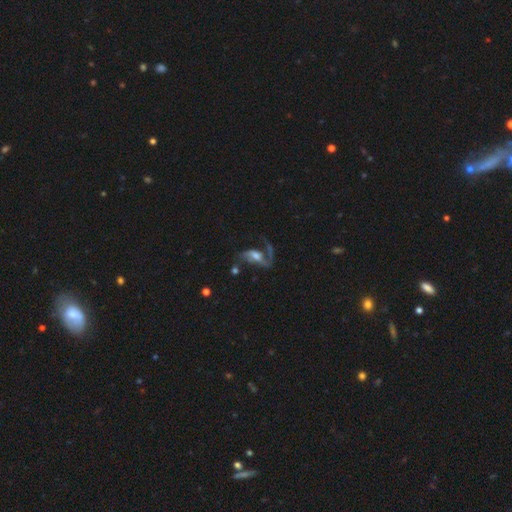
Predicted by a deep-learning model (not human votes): Q: Smooth or featured?
A: featured or disk (78%); runner-up: smooth (15%)
Q: Edge-on disk?
A: no (94%); runner-up: yes (6%)
Q: Bar?
A: weak (39%); runner-up: no (36%)
Q: Spiral arms?
A: yes (90%); runner-up: no (10%)
Q: Spiral winding?
A: loose (64%); runner-up: medium (29%)
Q: Spiral arm count?
A: 2 (59%); runner-up: 1 (35%)
Q: Bulge size?
A: moderate (52%); runner-up: small (24%)
Q: Merging?
A: none (40%); runner-up: major disturbance (36%)